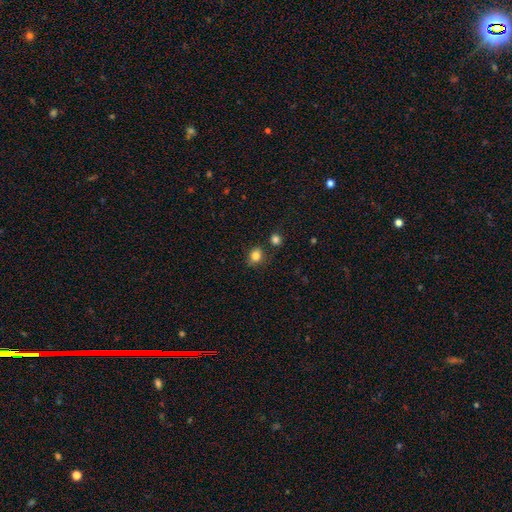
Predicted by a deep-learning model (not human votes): smooth_or_featured: smooth (p=0.83) [alt: star or artifact p=0.11]
how_rounded: round (p=0.56) [alt: in between p=0.43]
merging: none (p=0.76) [alt: minor disturbance p=0.15]